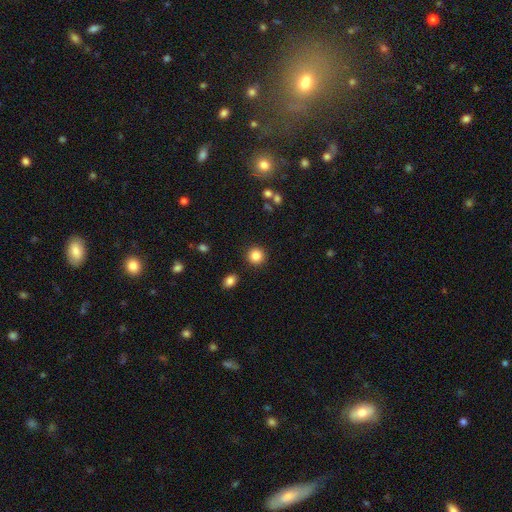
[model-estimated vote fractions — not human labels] This is clearly a smooth galaxy (85%). How rounded: clearly round (93%). Merging: clearly none (90%).